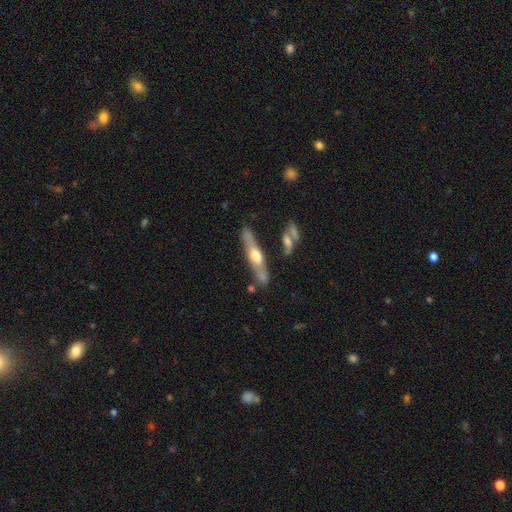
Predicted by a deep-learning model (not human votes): Smooth or featured? Predicted: featured or disk (p=0.60). Edge-on disk? Predicted: yes (p=0.87). Edge-on bulge? Predicted: rounded (p=0.87). Merging? Predicted: none (p=0.77).